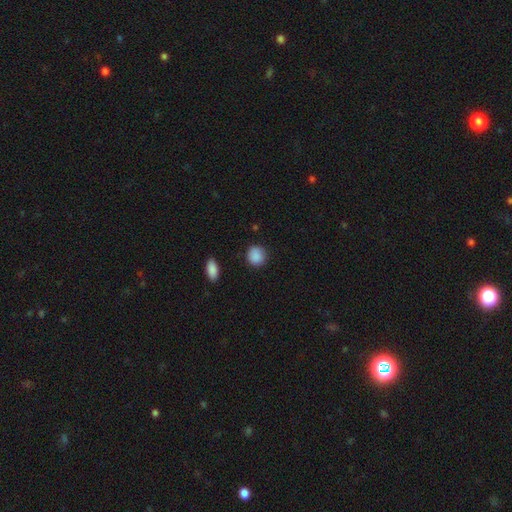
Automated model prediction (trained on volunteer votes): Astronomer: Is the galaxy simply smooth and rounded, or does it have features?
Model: smooth — 89%.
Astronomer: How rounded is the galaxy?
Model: round — 83%.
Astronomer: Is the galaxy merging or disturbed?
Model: none — 87%.